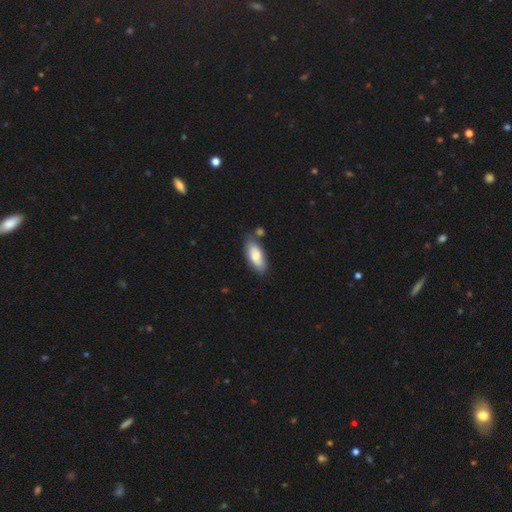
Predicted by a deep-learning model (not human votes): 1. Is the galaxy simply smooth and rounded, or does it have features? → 70% smooth, 24% featured or disk, 6% star or artifact.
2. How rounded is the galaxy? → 82% in between, 16% cigar-shaped, 2% round.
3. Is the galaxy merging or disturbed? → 70% none, 17% minor disturbance, 9% merger, 4% major disturbance.